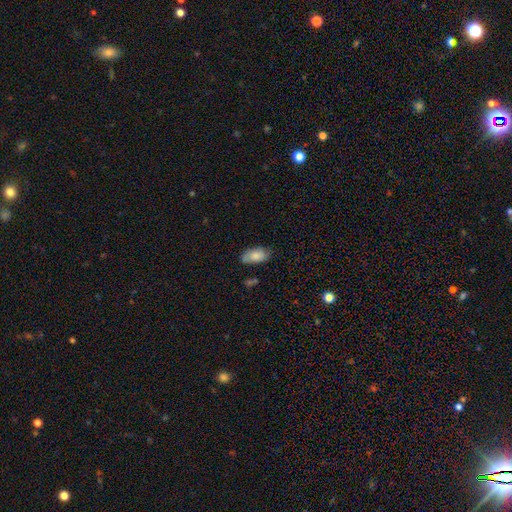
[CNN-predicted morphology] Overall: smooth (81%). How rounded: in between (93%). Merging: none (72%).